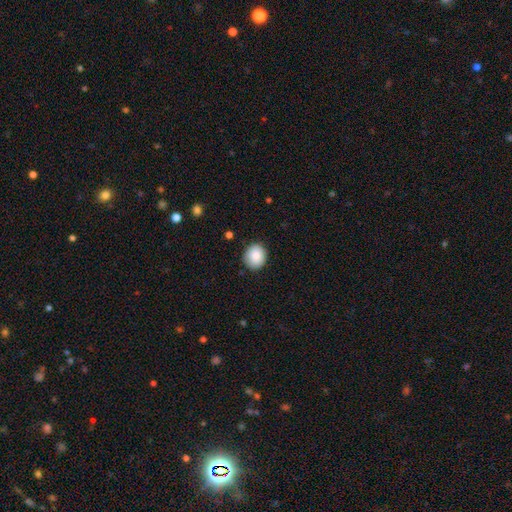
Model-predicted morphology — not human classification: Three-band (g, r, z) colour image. It shows a smooth galaxy with no disk features (87%) that is round (76%). Merging: none (86%).